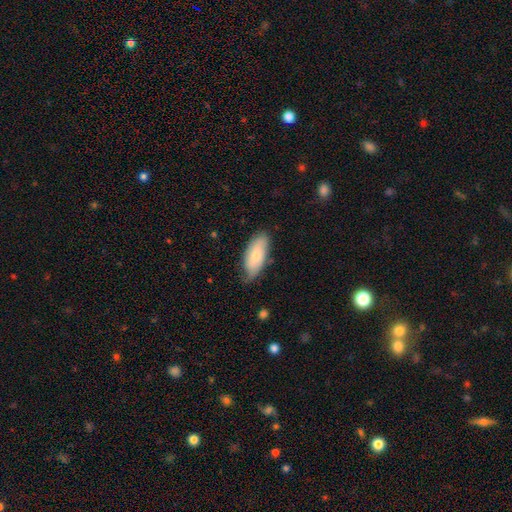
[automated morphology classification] A smooth galaxy with no disk features (66%) that is in between round and cigar-shaped (86%).

Vote fractions:
- Smooth or featured? smooth: 66% / featured or disk: 28% / star or artifact: 6%
- How rounded? in between: 86% / cigar-shaped: 11% / round: 2%
- Merging? none: 66% / minor disturbance: 27% / major disturbance: 5% / merger: 2%